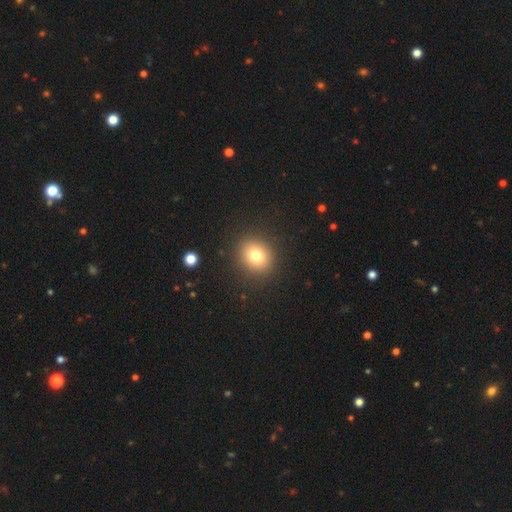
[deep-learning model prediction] A smooth galaxy with no disk features (77%) that is round (76%). Merging: none (90%).